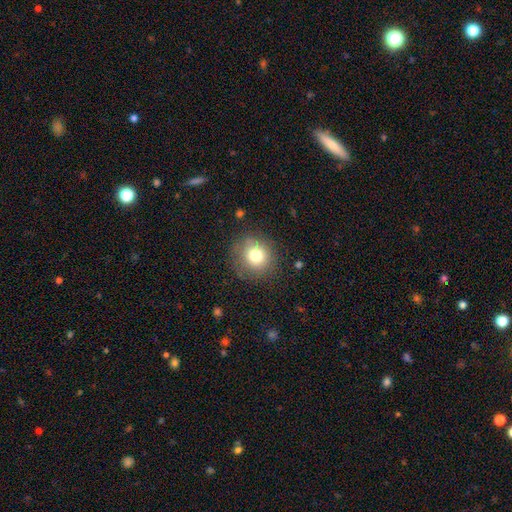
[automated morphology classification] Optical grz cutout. It shows a smooth galaxy with no disk features (76%) that is round (90%). Merging: none (81%).